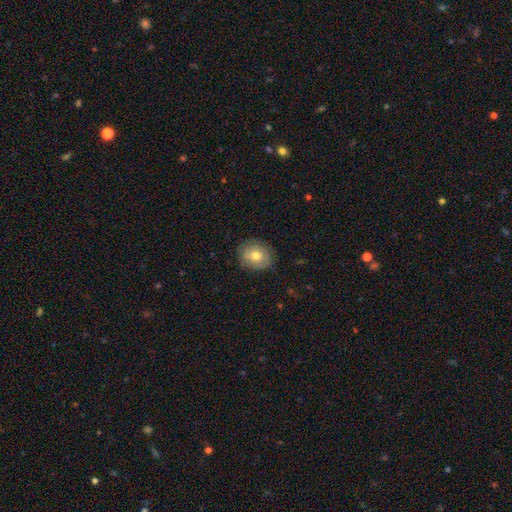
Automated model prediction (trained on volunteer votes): The model was most divided on "how rounded": round: 65%, in between: 34%, cigar-shaped: 1%. More confident: merging — none (82%); smooth or featured — smooth (65%).